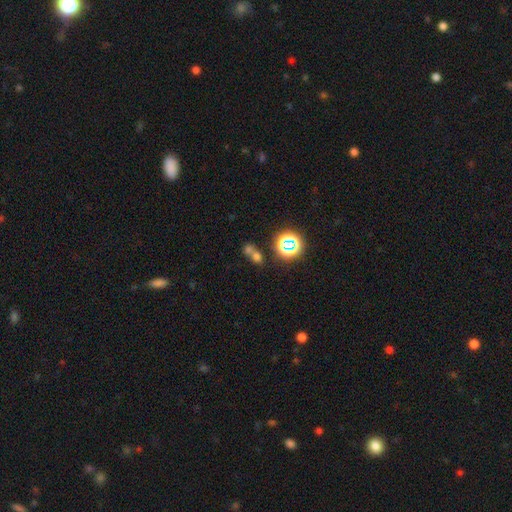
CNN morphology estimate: Smooth or featured? smooth (57%)
How rounded? round (57%)
Merging? merger (56%)